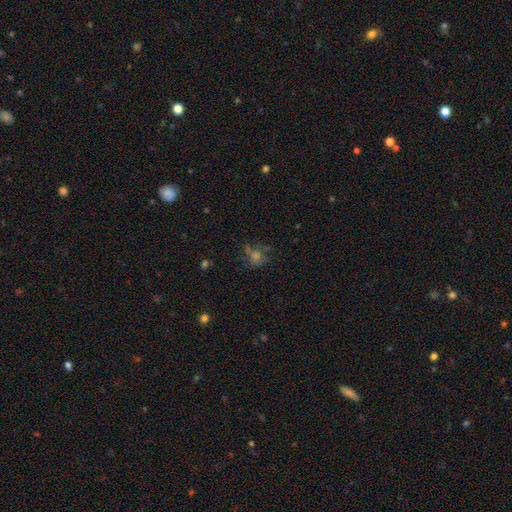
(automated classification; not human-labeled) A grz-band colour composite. It shows a star or artifact, not a galaxy (38%).